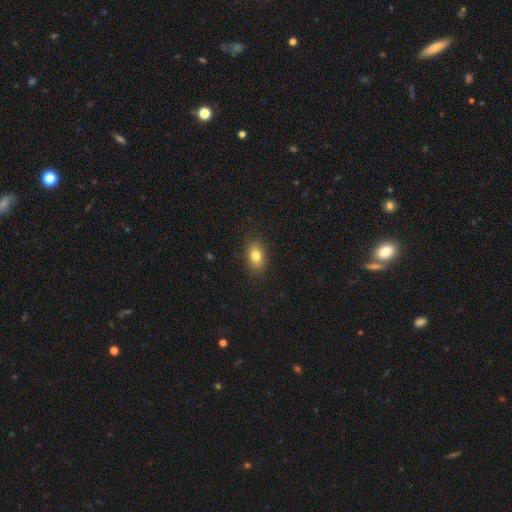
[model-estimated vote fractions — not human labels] Overall: smooth (81%). How rounded: in between (84%). Merging: none (88%).